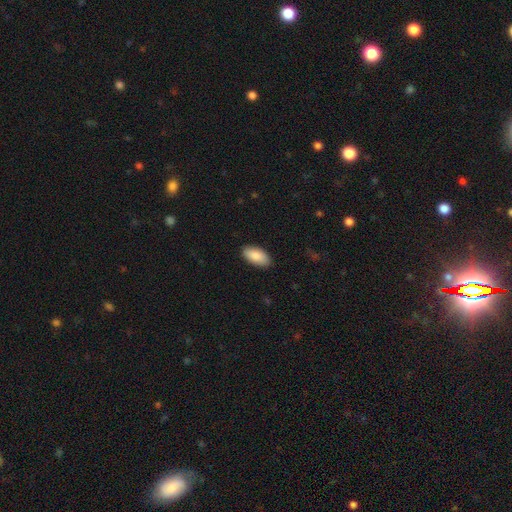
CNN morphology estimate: Q: Smooth or featured?
A: smooth (87%); runner-up: featured or disk (7%)
Q: How rounded?
A: in between (93%); runner-up: cigar-shaped (4%)
Q: Merging?
A: none (88%); runner-up: minor disturbance (10%)